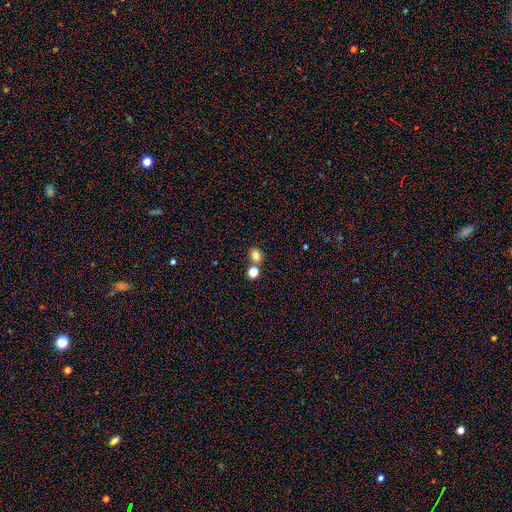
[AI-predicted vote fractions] This appears to be a smooth galaxy with no disk features (80%) that is round (58%). Merging: none (65%).